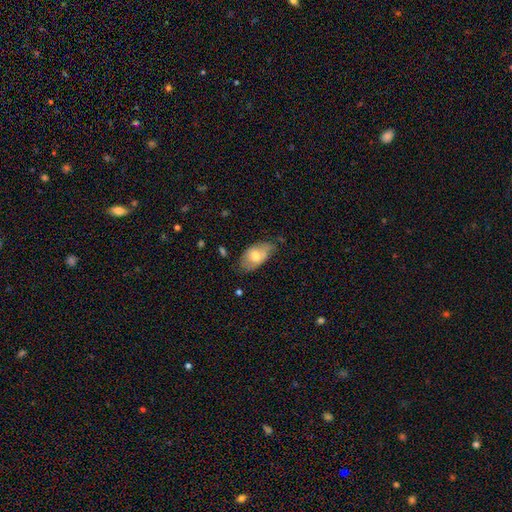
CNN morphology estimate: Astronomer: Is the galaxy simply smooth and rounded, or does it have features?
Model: smooth — 63%.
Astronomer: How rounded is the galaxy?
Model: in between — 93%.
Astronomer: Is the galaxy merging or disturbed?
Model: none — 53% (runner-up: minor disturbance, 35%).